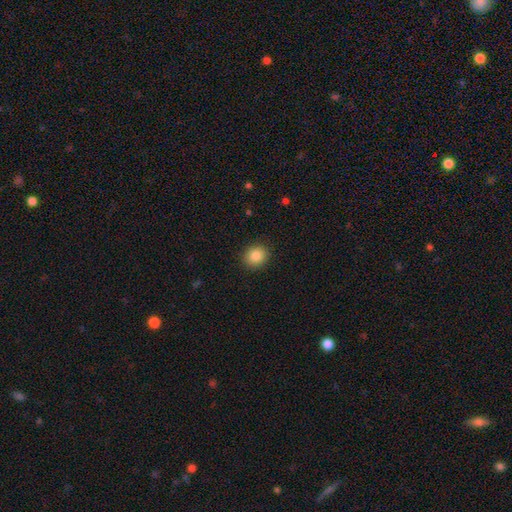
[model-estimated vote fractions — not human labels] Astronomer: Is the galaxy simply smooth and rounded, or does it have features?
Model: smooth — 86%.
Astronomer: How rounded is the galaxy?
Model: round — 74%.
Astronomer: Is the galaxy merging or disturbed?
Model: none — 90%.